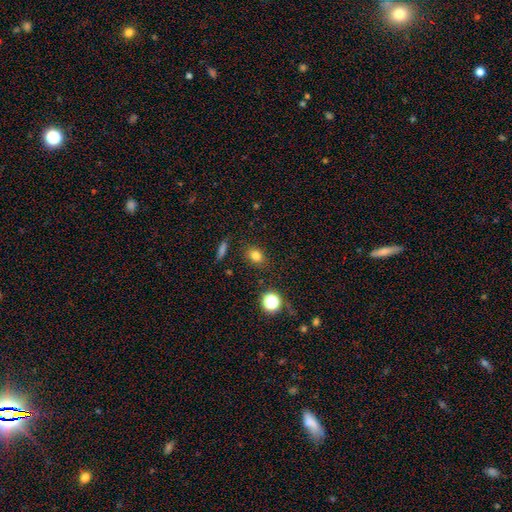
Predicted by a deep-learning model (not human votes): A smooth galaxy with no disk features (79%) that is in between round and cigar-shaped (54%).

Vote fractions:
- Smooth or featured? smooth: 79% / star or artifact: 14% / featured or disk: 7%
- How rounded? in between: 54% / round: 44% / cigar-shaped: 2%
- Merging? none: 85% / minor disturbance: 10% / major disturbance: 3% / merger: 2%